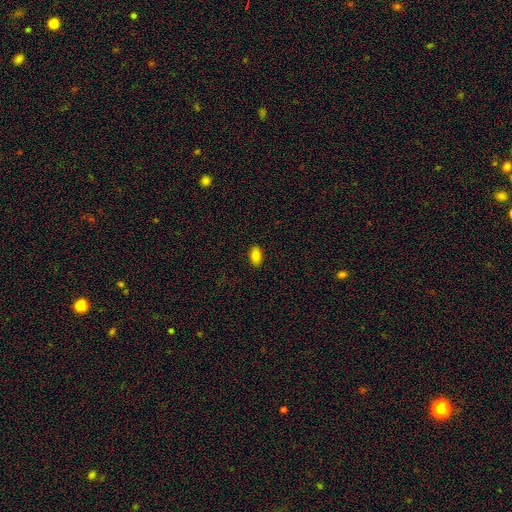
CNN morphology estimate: smooth_or_featured: smooth (p=0.84) [alt: star or artifact p=0.09]
how_rounded: in between (p=0.91) [alt: round p=0.06]
merging: none (p=0.89) [alt: minor disturbance p=0.08]